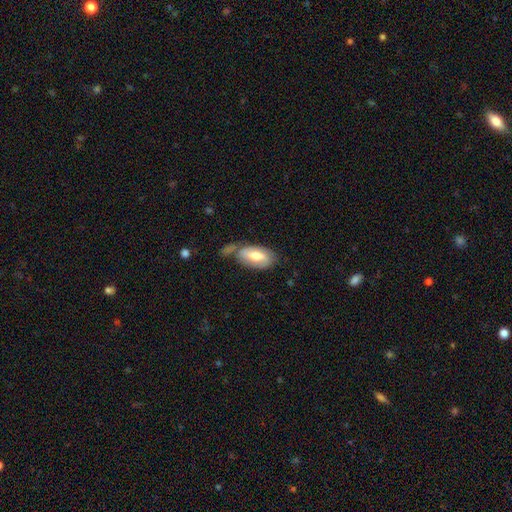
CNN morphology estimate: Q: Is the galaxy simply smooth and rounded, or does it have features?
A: smooth — 61%.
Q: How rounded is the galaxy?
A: in between — 92%.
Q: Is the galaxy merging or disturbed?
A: none — 48%.